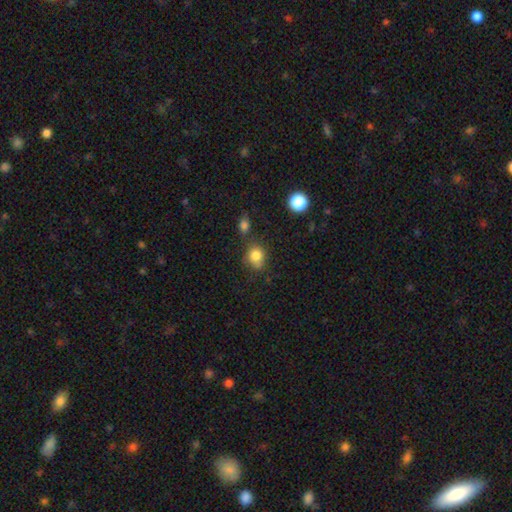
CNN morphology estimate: Smooth or featured? Predicted: smooth (p=0.82). How rounded? Predicted: round (p=0.66). Merging? Predicted: none (p=0.62).